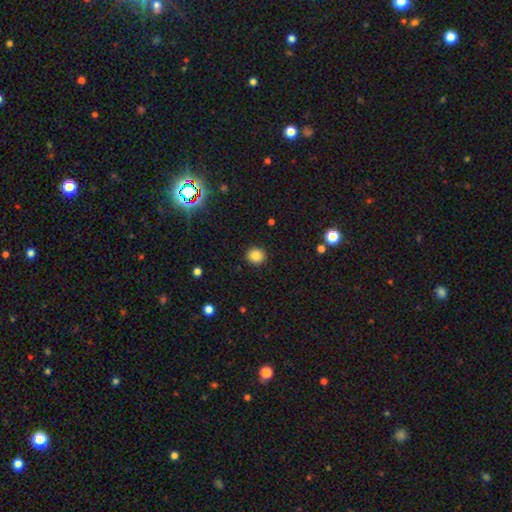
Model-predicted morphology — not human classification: type=smooth (85%); roundness=round (87%); merging=none (91%).